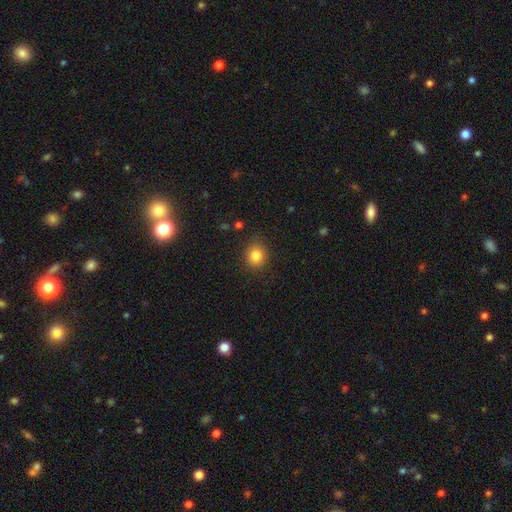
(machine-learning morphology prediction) Overall: smooth (83%). How rounded: round (76%). Merging: none (85%).